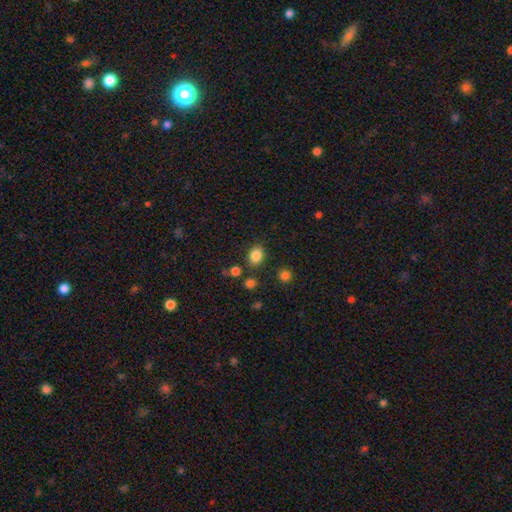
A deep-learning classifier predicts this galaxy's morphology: Smooth or featured: smooth — 84% (star or artifact — 11%)
How rounded: in between — 52% (round — 47%)
Merging: none — 80% (minor disturbance — 11%)